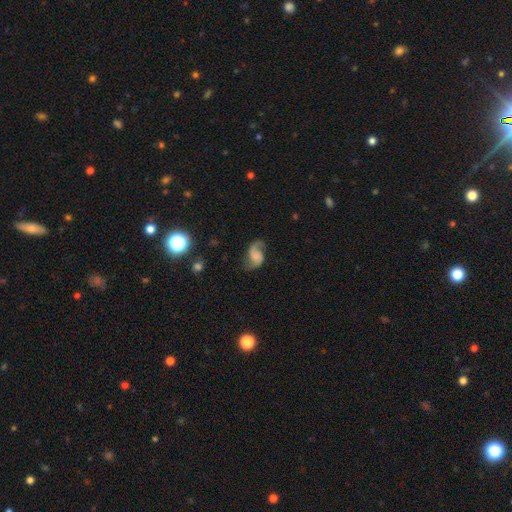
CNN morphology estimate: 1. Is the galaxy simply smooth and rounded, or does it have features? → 74% featured or disk, 18% smooth, 9% star or artifact.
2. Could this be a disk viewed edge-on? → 98% no, 2% yes.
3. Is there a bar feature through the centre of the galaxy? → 56% no, 35% weak, 9% strong.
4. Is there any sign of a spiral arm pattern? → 94% yes, 6% no.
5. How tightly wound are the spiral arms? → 58% loose, 33% medium, 9% tight.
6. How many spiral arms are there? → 86% 2, 8% 1, 3% can't tell, 1% 3, 1% 4, 1% more than 4.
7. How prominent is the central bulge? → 54% none, 20% small, 14% moderate, 9% large, 3% dominant.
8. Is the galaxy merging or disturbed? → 64% none, 21% minor disturbance, 13% major disturbance, 2% merger.